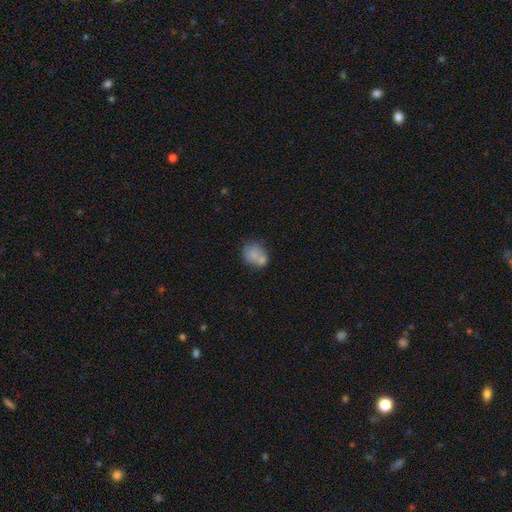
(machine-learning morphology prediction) Smooth or featured?
  - smooth: 74% *
  - featured or disk: 17%
  - star or artifact: 9%
How rounded?
  - round: 56% *
  - in between: 43%
  - cigar-shaped: 1%
Merging?
  - none: 41% *
  - merger: 35%
  - minor disturbance: 17%
  - major disturbance: 7%